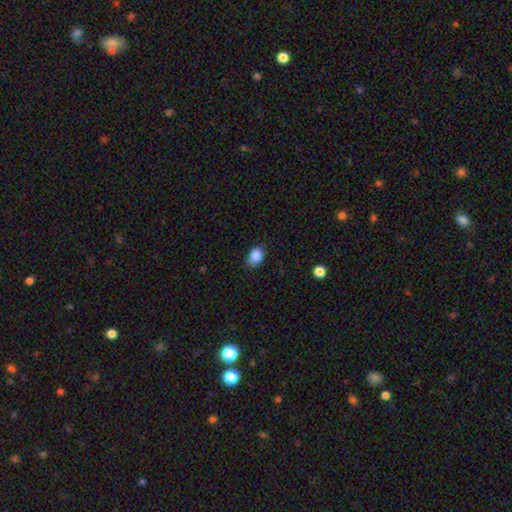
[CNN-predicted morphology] Q: Smooth or featured?
A: smooth (87%); runner-up: star or artifact (9%)
Q: How rounded?
A: in between (61%); runner-up: round (38%)
Q: Merging?
A: none (71%); runner-up: minor disturbance (24%)